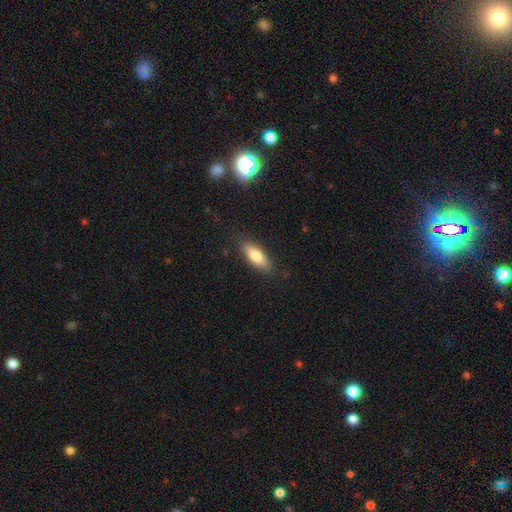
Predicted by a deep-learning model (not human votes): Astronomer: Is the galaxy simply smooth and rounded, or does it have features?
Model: smooth — 78%.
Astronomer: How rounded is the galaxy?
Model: in between — 66%.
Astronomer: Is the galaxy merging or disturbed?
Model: none — 84%.